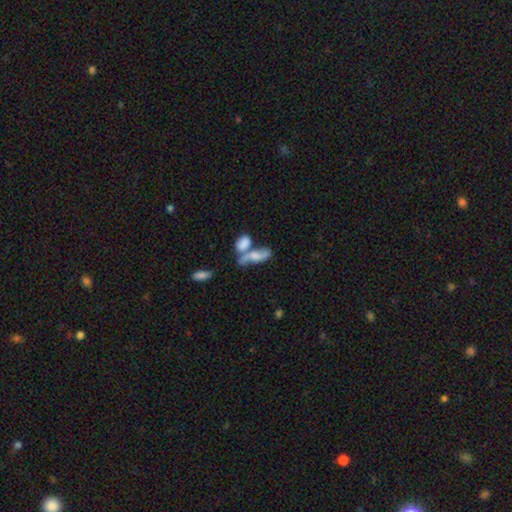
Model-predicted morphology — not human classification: The model was most divided on "smooth or featured": smooth: 54%, featured or disk: 36%, star or artifact: 10%. More confident: how rounded — in between (74%); merging — merger (55%).